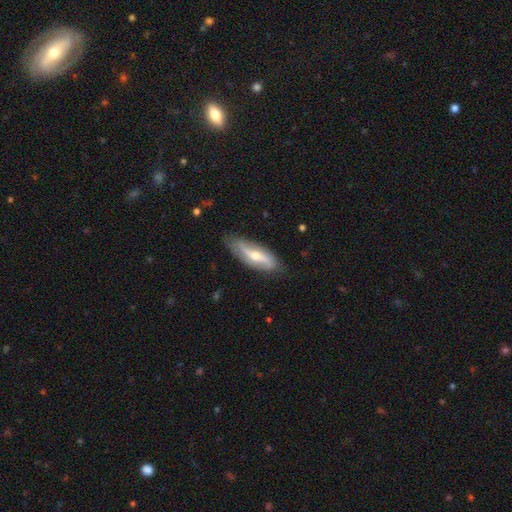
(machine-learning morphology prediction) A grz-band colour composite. It shows a featured or disk galaxy (69%) with no bar (36%), spiral arms (85%) and a moderate central bulge (55%). Merging: none (74%).